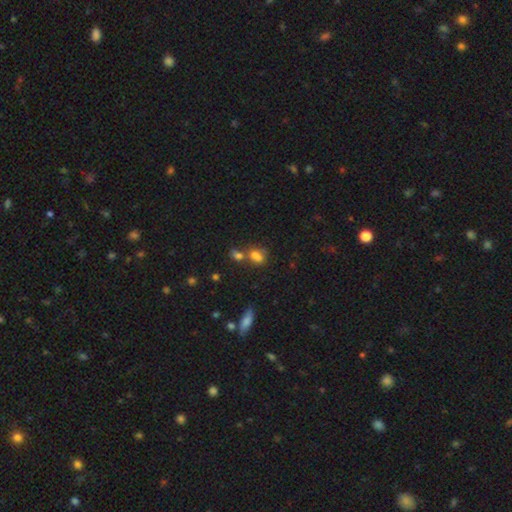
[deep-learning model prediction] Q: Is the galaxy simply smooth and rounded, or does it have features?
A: smooth — 68%.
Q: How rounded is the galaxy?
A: in between — 63%.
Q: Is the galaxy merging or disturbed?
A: merger — 50%.